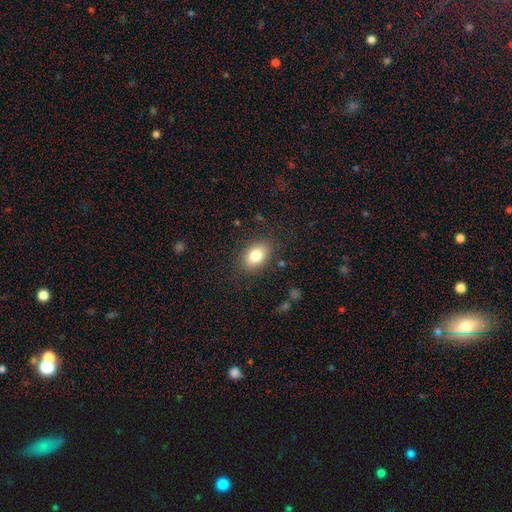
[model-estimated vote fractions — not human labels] This appears to be a smooth galaxy with no disk features (81%) that is in between round and cigar-shaped (79%). Merging: none (84%).